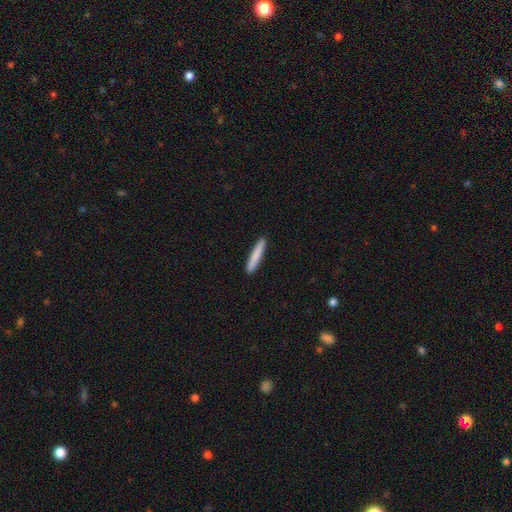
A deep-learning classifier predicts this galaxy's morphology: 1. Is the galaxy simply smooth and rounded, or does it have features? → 81% smooth, 13% featured or disk, 6% star or artifact.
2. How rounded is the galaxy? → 94% cigar-shaped, 5% in between, 1% round.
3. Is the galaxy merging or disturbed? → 92% none, 6% minor disturbance, 1% major disturbance, 1% merger.